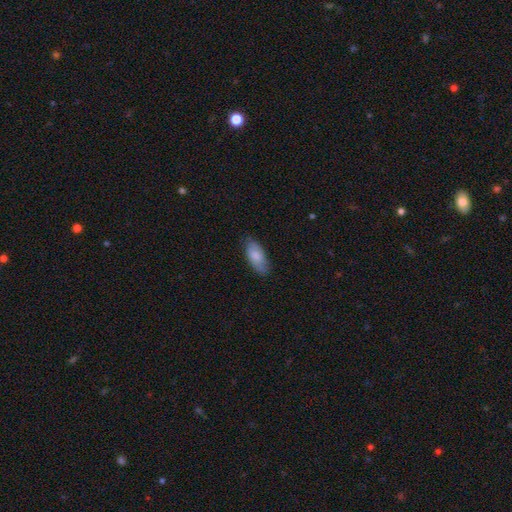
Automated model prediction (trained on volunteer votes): Smooth or featured?
  - smooth: 79% *
  - featured or disk: 16%
  - star or artifact: 6%
How rounded?
  - in between: 89% *
  - cigar-shaped: 9%
  - round: 2%
Merging?
  - none: 75% *
  - minor disturbance: 20%
  - major disturbance: 4%
  - merger: 1%